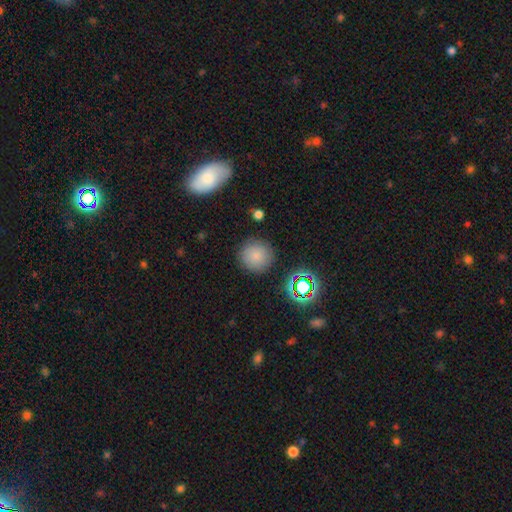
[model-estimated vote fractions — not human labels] smooth 80%, star or artifact 14%, featured or disk 7%. Down the decision tree: how rounded — round (94%); merging — none (87%).